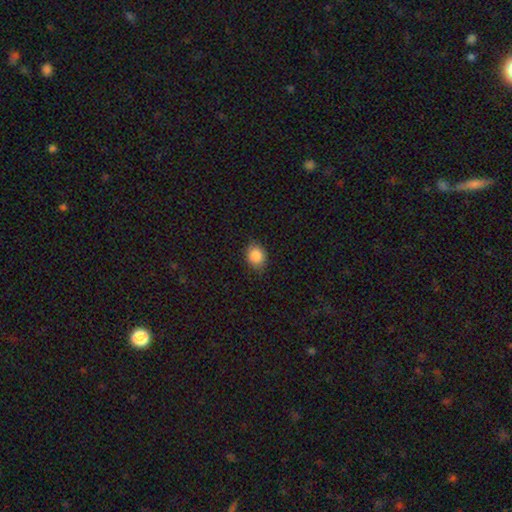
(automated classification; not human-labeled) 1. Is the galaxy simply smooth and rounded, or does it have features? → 87% smooth, 9% star or artifact, 5% featured or disk.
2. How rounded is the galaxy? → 57% round, 42% in between, 1% cigar-shaped.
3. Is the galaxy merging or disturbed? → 82% none, 15% minor disturbance, 3% major disturbance, 1% merger.